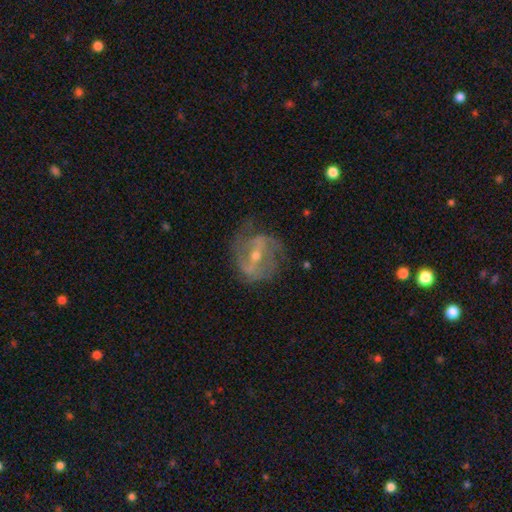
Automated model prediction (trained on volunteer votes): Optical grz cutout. It shows a featured or disk galaxy (81%) with a weak bar (42%), 2 (60%) medium (45%) spiral arms (85%) and a moderate central bulge (48%, tied with small). Merging: none (60%).